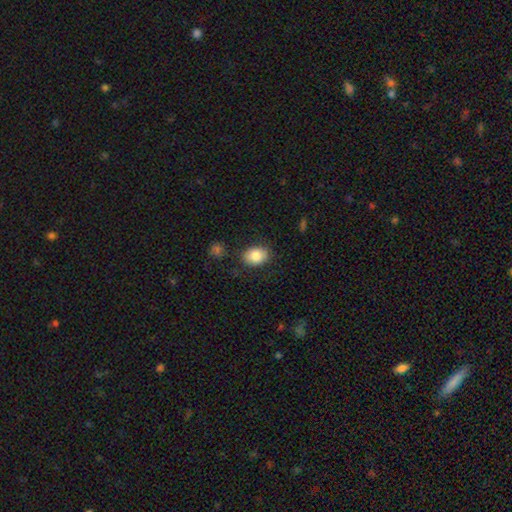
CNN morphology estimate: This appears to be a smooth galaxy with no disk features (84%) that is in between round and cigar-shaped (67%). Merging: none (80%).